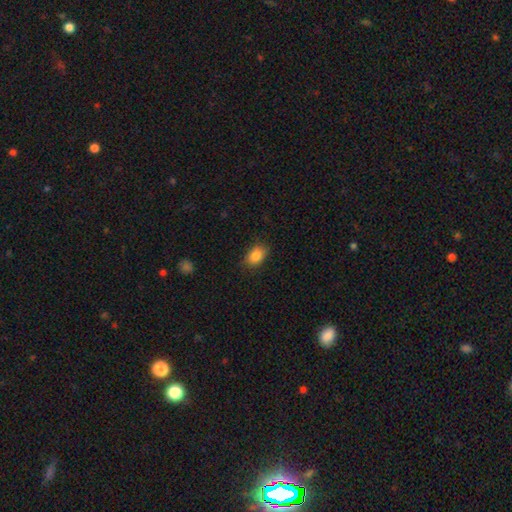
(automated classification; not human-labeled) The model was most divided on "how rounded": in between: 81%, round: 18%, cigar-shaped: 1%. More confident: smooth or featured — smooth (85%); merging — none (80%).